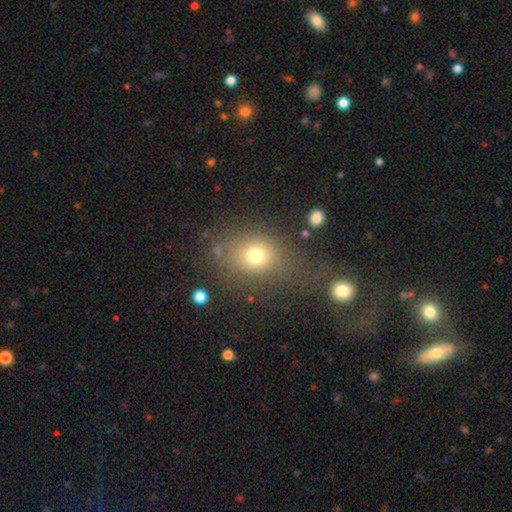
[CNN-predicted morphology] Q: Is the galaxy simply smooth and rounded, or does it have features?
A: smooth — 73%.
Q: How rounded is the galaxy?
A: round — 57%.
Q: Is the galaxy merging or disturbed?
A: none — 64%.